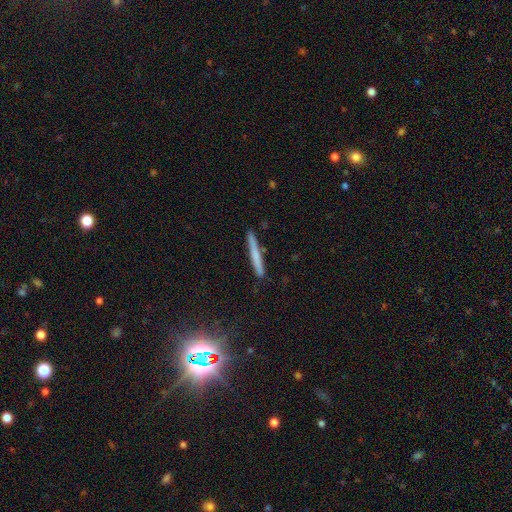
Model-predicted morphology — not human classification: A smooth galaxy with no disk features (61%) that is cigar-shaped (96%).

Vote fractions:
- Smooth or featured? smooth: 61% / featured or disk: 31% / star or artifact: 8%
- How rounded? cigar-shaped: 96% / in between: 2% / round: 1%
- Merging? none: 88% / minor disturbance: 9% / major disturbance: 2% / merger: 2%